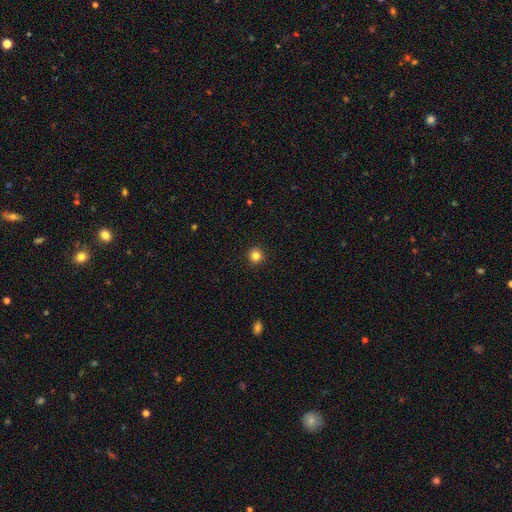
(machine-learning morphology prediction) type=smooth (83%); roundness=round (94%); merging=none (93%).